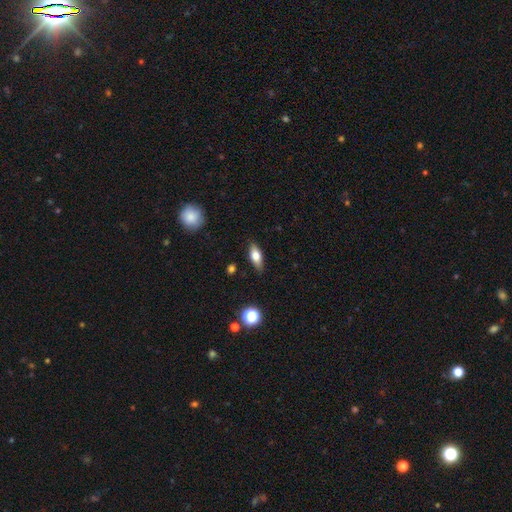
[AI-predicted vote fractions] This is likely a smooth galaxy (64%). How rounded: likely in between (71%). Merging: clearly none (85%).